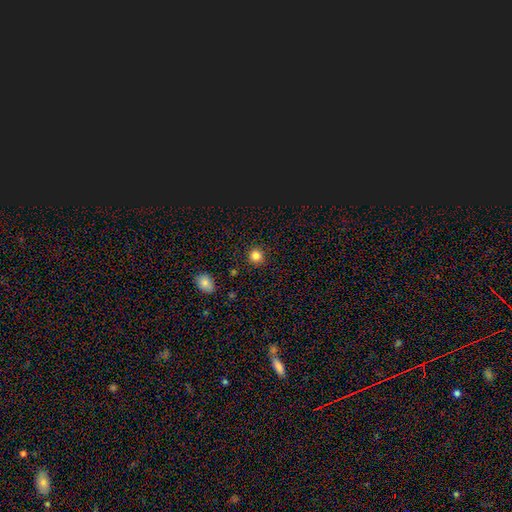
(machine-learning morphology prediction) smooth-or-featured: smooth: 83% | star or artifact: 13% | featured or disk: 4%
  how-rounded: round: 92% | in between: 7% | cigar-shaped: 1%
  merging: none: 90% | minor disturbance: 6% | major disturbance: 2% | merger: 2%